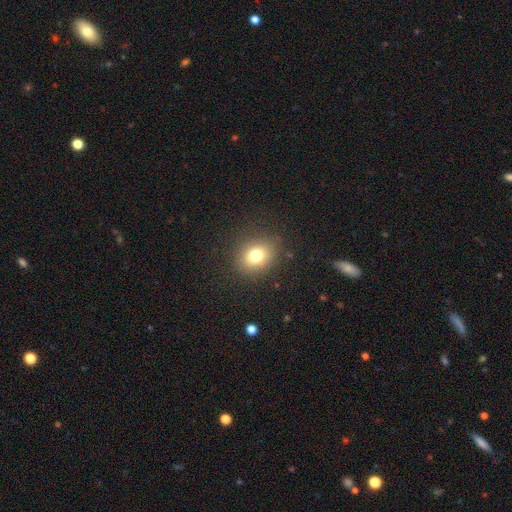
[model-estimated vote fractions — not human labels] A smooth galaxy with no disk features (76%) that is in between round and cigar-shaped (50%).

Vote fractions:
- Smooth or featured? smooth: 76% / star or artifact: 13% / featured or disk: 11%
- How rounded? in between: 50% / round: 49% / cigar-shaped: 1%
- Merging? none: 84% / minor disturbance: 11% / major disturbance: 4% / merger: 1%